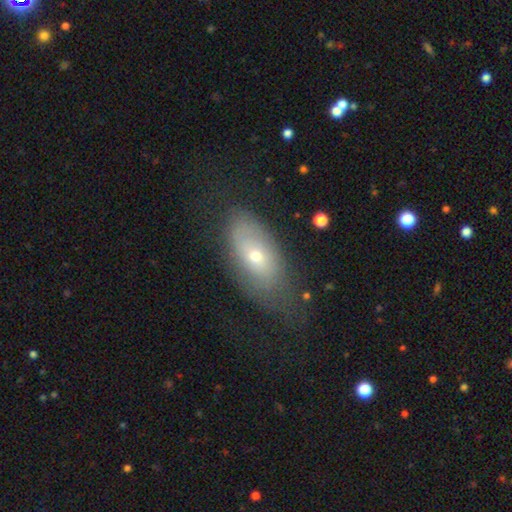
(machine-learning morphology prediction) type=smooth (54%); roundness=in between (88%); merging=none (58%).